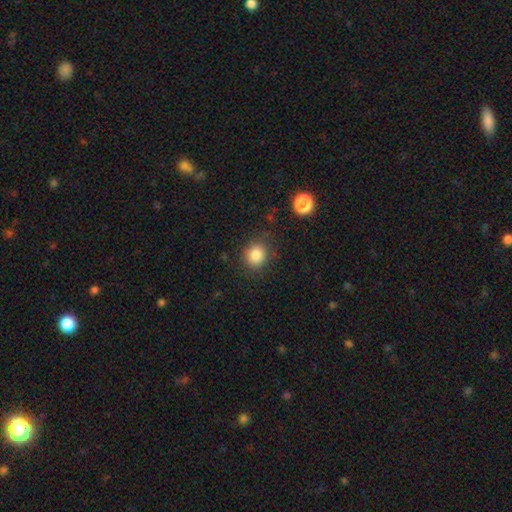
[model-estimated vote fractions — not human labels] Morphology: type=smooth (84%); roundness=round (76%); merging=none (80%).